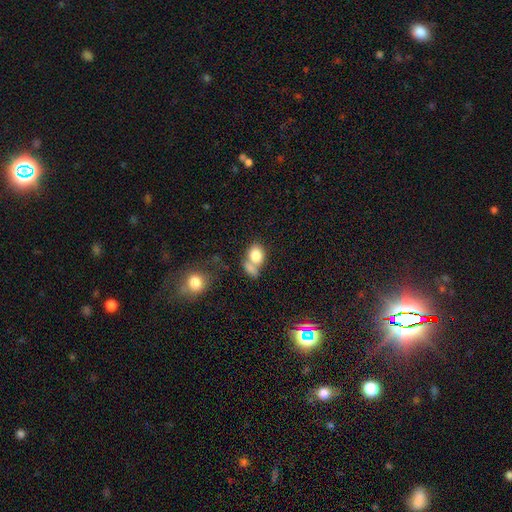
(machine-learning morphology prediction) Q: Smooth or featured?
A: smooth (80%); runner-up: featured or disk (11%)
Q: How rounded?
A: in between (60%); runner-up: round (38%)
Q: Merging?
A: merger (49%); runner-up: none (34%)